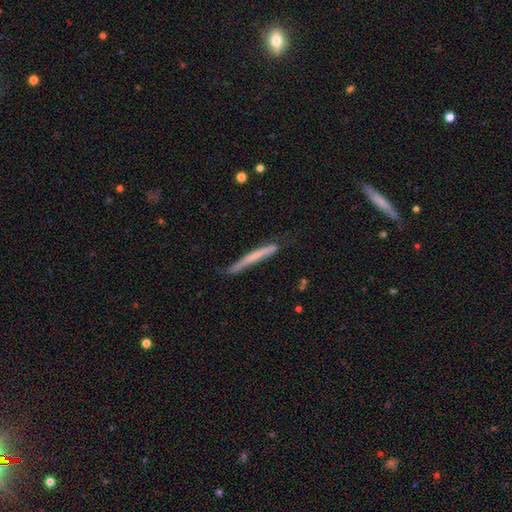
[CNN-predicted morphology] A smooth galaxy with no disk features (57%) that is cigar-shaped (97%). Merging: none (73%).